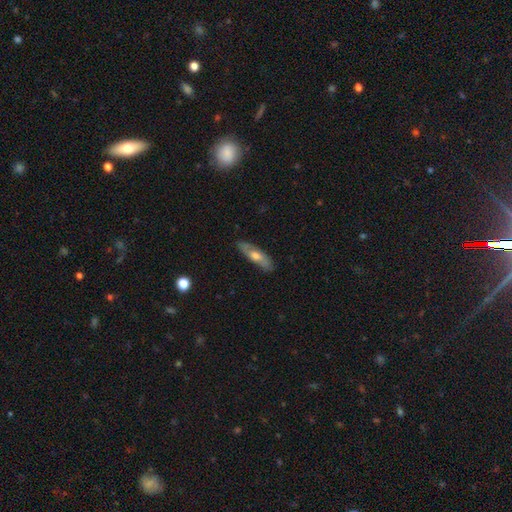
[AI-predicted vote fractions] Smooth or featured? featured or disk (52%)
Edge-on disk? no (59%)
Merging? none (85%)